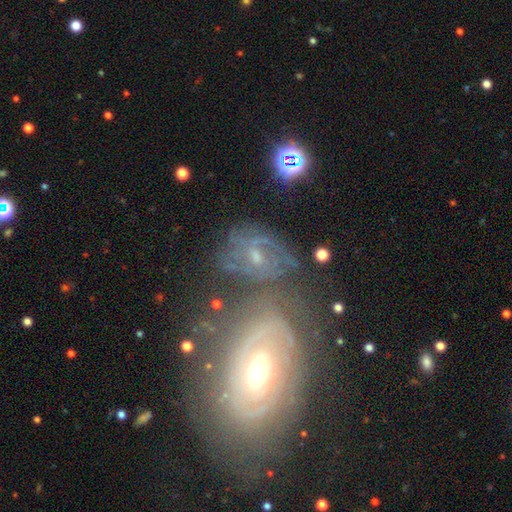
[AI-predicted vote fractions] This appears to be a featured or disk galaxy (69%) with no bar (51%), tight (55%) spiral arms (78%) and a moderate central bulge (46%). Merging: none (37%).